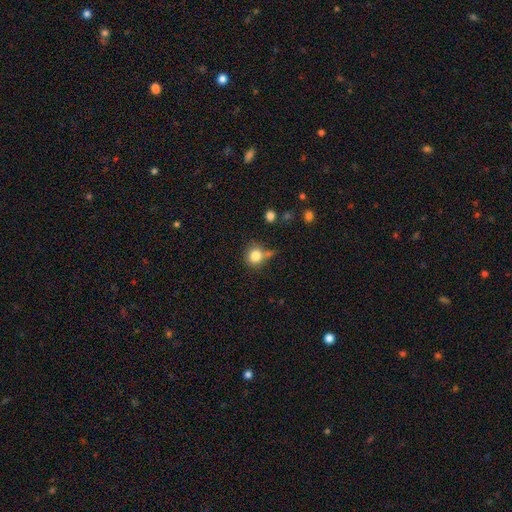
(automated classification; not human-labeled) This appears to be a smooth galaxy with no disk features (81%) that is round (86%). Merging: none (60%).